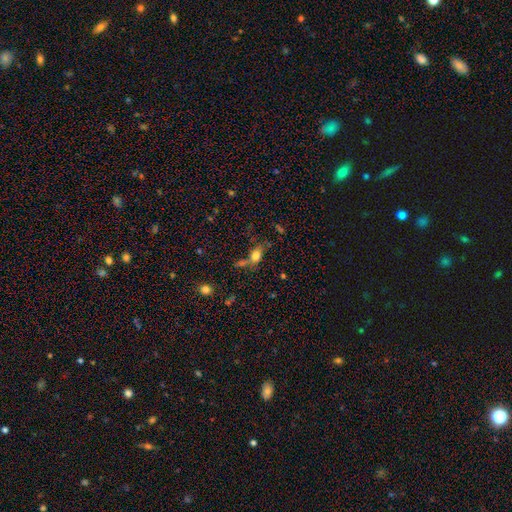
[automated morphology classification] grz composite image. It shows a smooth galaxy with no disk features (73%) that is in between round and cigar-shaped (67%). Merging: none (45%).